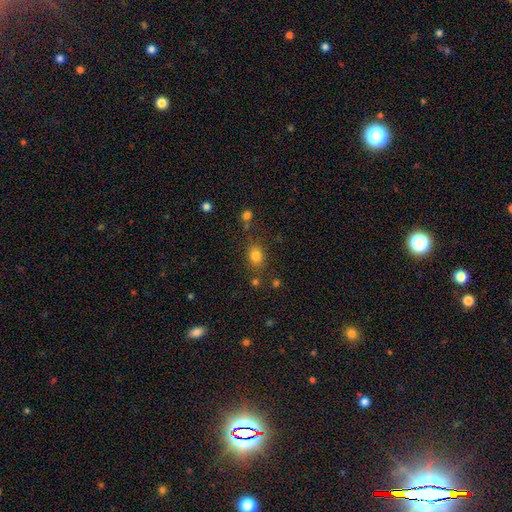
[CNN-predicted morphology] A smooth galaxy with no disk features (80%) that is in between round and cigar-shaped (51%). Merging: none (73%).